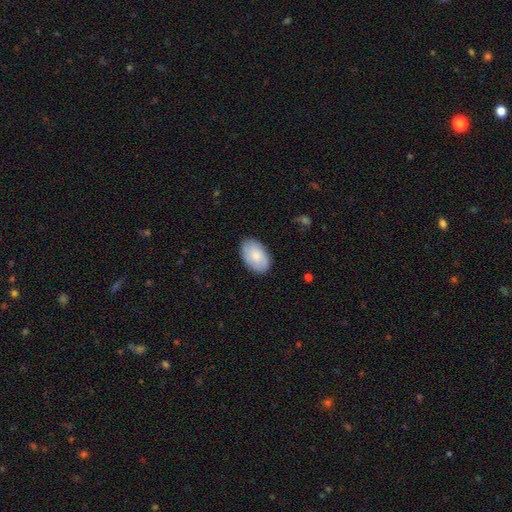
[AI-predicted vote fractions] Smooth or featured?
  - smooth: 78% *
  - featured or disk: 17%
  - star or artifact: 6%
How rounded?
  - in between: 92% *
  - round: 7%
  - cigar-shaped: 1%
Merging?
  - none: 83% *
  - minor disturbance: 13%
  - major disturbance: 3%
  - merger: 1%